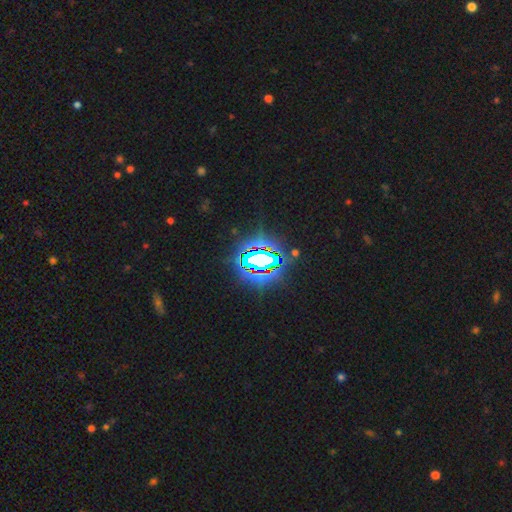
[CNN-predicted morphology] Smooth or featured? Predicted: star or artifact (p=0.73).